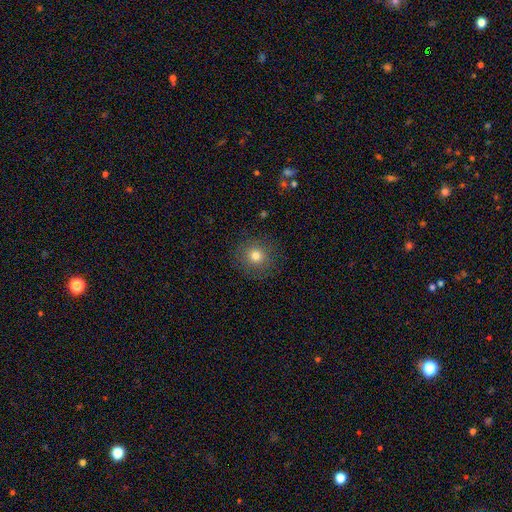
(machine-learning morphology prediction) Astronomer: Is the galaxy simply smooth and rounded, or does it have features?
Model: smooth — 78%.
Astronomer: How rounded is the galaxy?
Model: round — 92%.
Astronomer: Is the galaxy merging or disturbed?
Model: none — 88%.